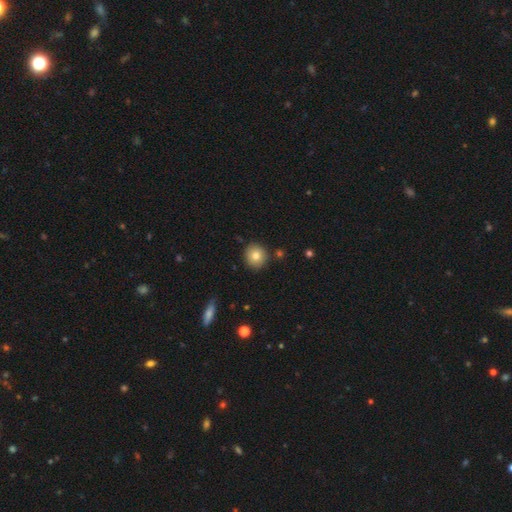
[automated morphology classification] type=smooth (82%); roundness=round (87%); merging=none (86%).